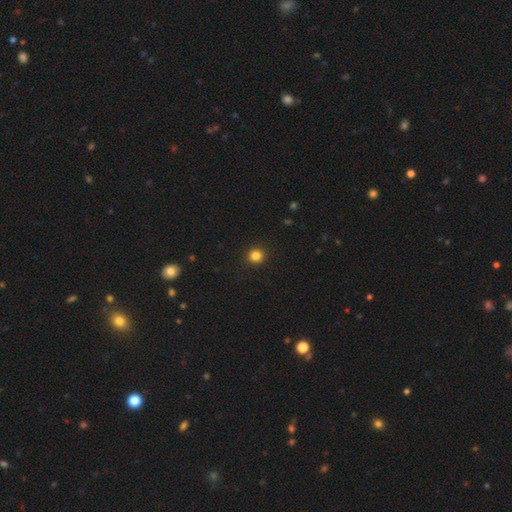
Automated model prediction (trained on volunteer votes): This appears to be a smooth galaxy with no disk features (84%) that is round (93%). Merging: none (93%).